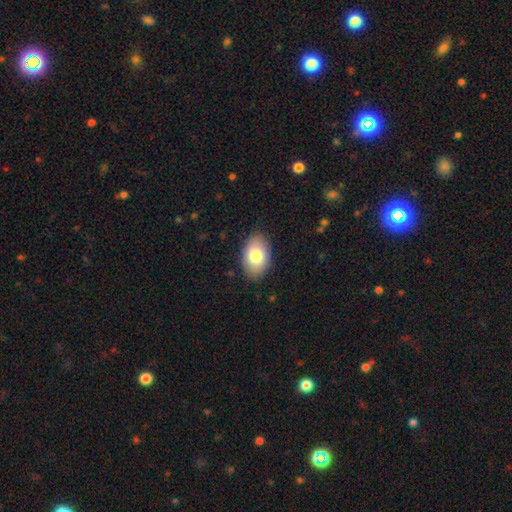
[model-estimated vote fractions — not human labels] A smooth galaxy with no disk features (80%) that is in between round and cigar-shaped (89%). Merging: none (87%).